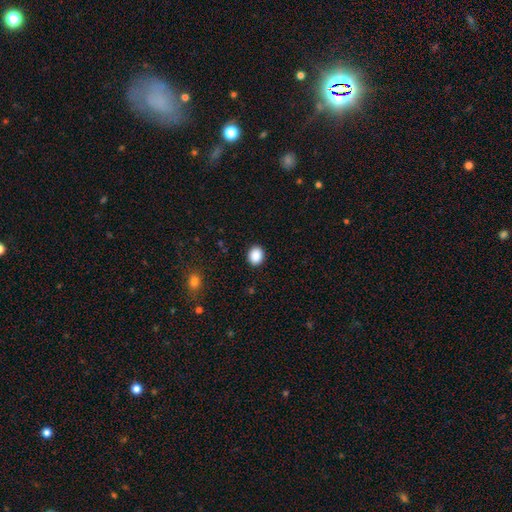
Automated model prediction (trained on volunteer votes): smooth_or_featured: smooth (p=0.89) [alt: star or artifact p=0.08]
how_rounded: round (p=0.62) [alt: in between p=0.37]
merging: none (p=0.91) [alt: minor disturbance p=0.06]